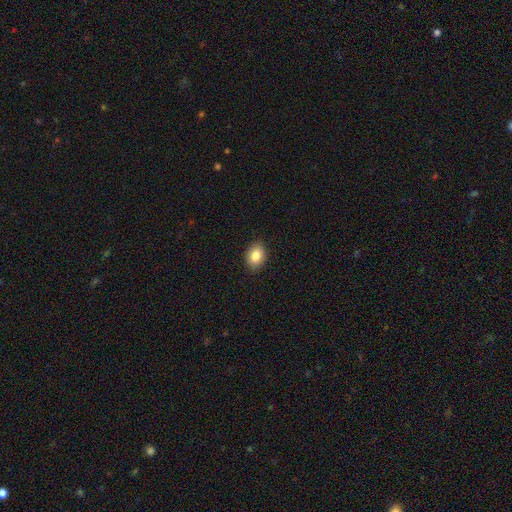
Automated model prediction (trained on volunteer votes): Q: Smooth or featured?
A: smooth (85%); runner-up: star or artifact (8%)
Q: How rounded?
A: in between (75%); runner-up: round (24%)
Q: Merging?
A: none (88%); runner-up: minor disturbance (9%)